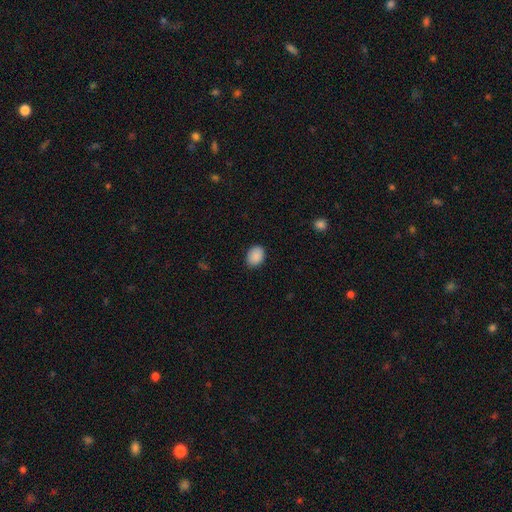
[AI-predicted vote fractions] Smooth or featured? Predicted: smooth (p=0.89). How rounded? Predicted: in between (p=0.63). Merging? Predicted: none (p=0.86).